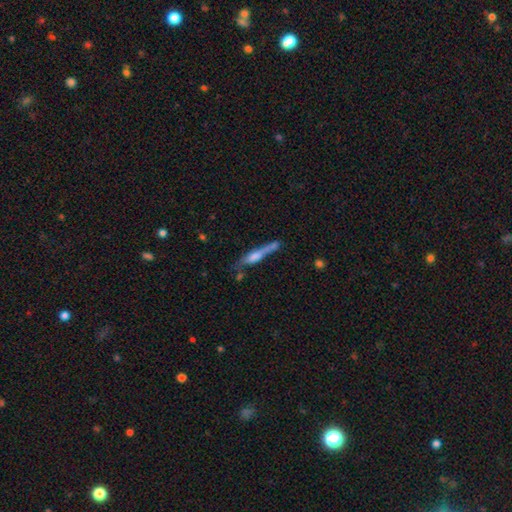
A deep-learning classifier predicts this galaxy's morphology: type=featured or disk (64%); edge-on=yes (92%); edge-on bulge=rounded (62%); merging=none (61%).